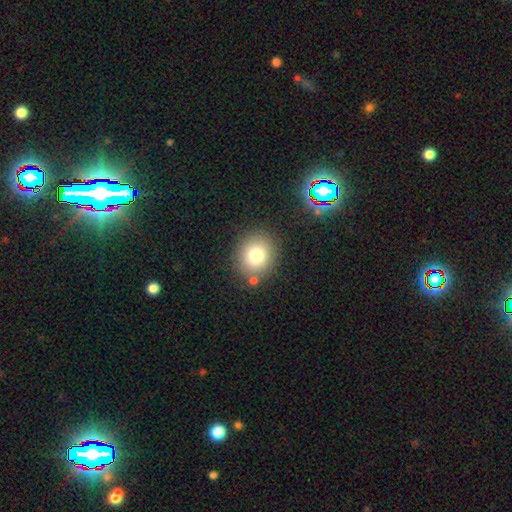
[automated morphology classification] Smooth or featured: smooth — 76% (star or artifact — 13%)
How rounded: round — 81% (in between — 18%)
Merging: none — 82% (minor disturbance — 9%)